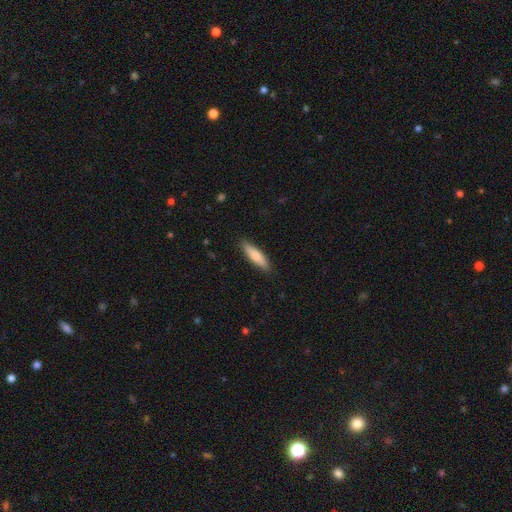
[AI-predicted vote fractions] The model was most divided on "how rounded": cigar-shaped: 61%, in between: 38%, round: 2%. More confident: merging — none (87%); smooth or featured — smooth (76%).